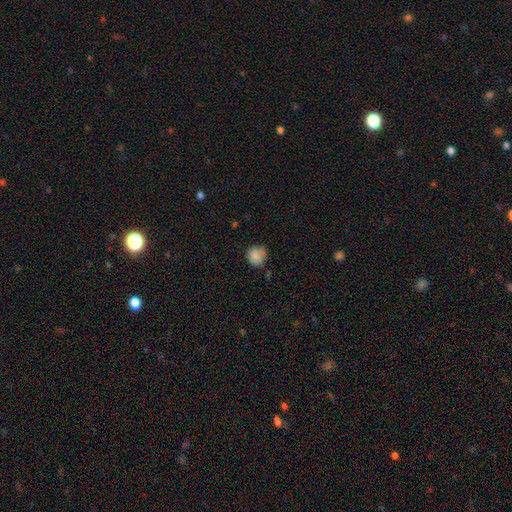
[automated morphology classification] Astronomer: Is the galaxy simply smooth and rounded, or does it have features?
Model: smooth — 85%.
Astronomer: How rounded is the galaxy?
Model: round — 89%.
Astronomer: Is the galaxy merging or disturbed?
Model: none — 66%.